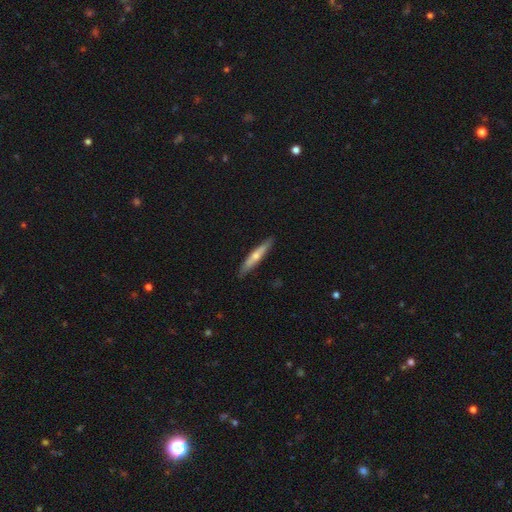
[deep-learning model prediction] Smooth or featured? featured or disk (50%)
Merging? none (89%)